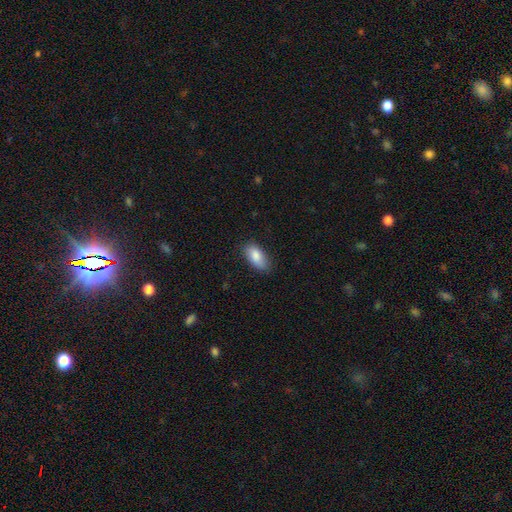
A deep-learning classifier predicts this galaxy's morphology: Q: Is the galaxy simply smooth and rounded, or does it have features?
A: smooth — 86%.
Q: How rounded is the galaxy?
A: in between — 89%.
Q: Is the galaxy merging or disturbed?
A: none — 78%.